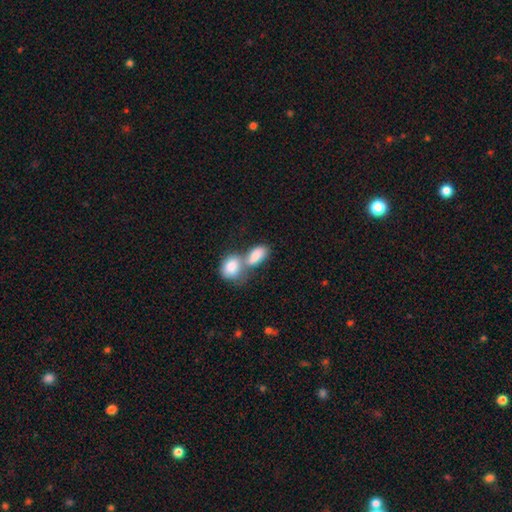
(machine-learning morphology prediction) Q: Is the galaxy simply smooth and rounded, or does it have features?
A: smooth — 83%.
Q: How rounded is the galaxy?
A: in between — 87%.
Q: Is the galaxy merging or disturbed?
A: merger — 68%.